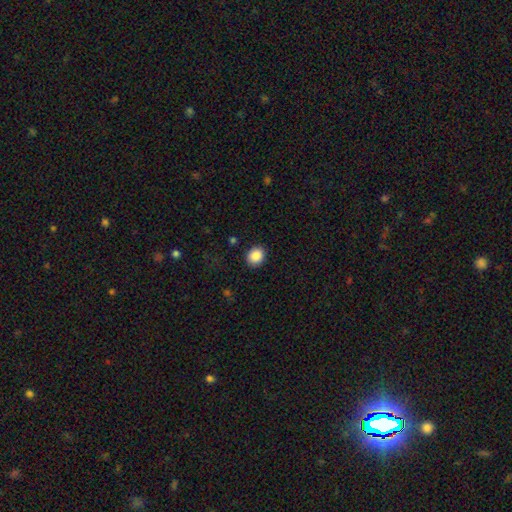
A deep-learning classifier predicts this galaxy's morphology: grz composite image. It shows a smooth galaxy with no disk features (88%) that is round (67%). Merging: none (90%).